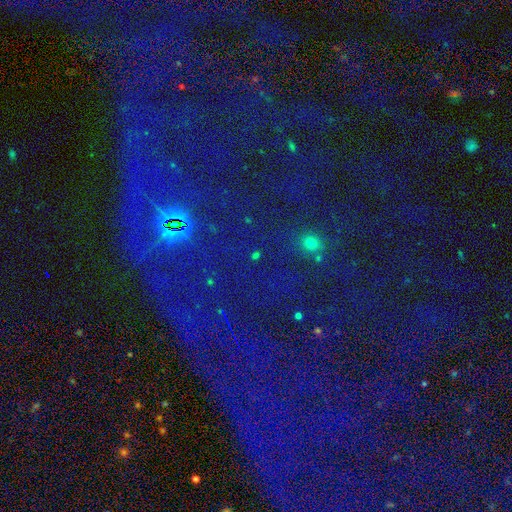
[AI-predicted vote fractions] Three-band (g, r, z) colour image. It shows a star or artifact, not a galaxy (68%).